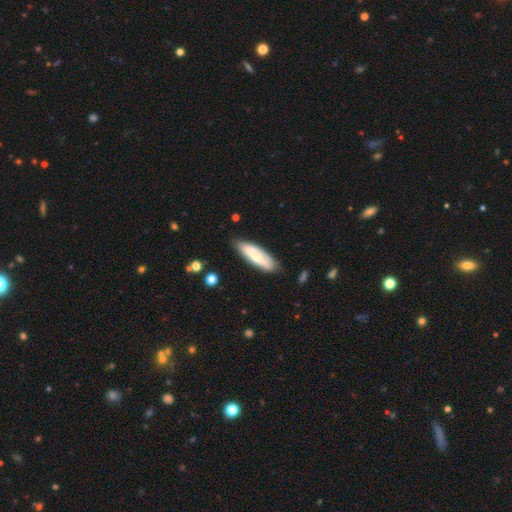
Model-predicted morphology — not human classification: Q: Smooth or featured?
A: smooth (61%); runner-up: featured or disk (33%)
Q: How rounded?
A: in between (51%); runner-up: cigar-shaped (48%)
Q: Merging?
A: none (79%); runner-up: minor disturbance (16%)